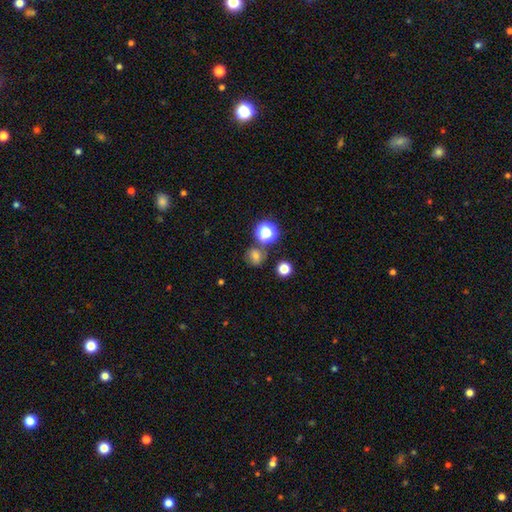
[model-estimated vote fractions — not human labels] Smooth or featured?
  - smooth: 57% *
  - star or artifact: 29%
  - featured or disk: 13%
How rounded?
  - round: 75% *
  - in between: 24%
  - cigar-shaped: 1%
Merging?
  - none: 71% *
  - minor disturbance: 13%
  - merger: 11%
  - major disturbance: 5%